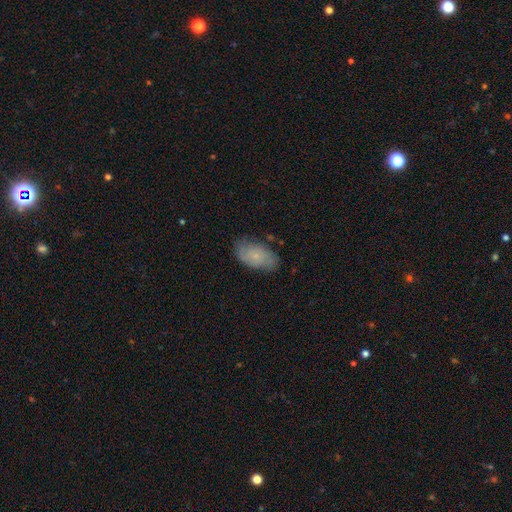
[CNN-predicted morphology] smooth-or-featured: smooth: 54% | featured or disk: 38% | star or artifact: 8%
  how-rounded: in between: 92% | round: 6% | cigar-shaped: 3%
  merging: none: 72% | minor disturbance: 22% | major disturbance: 5% | merger: 1%